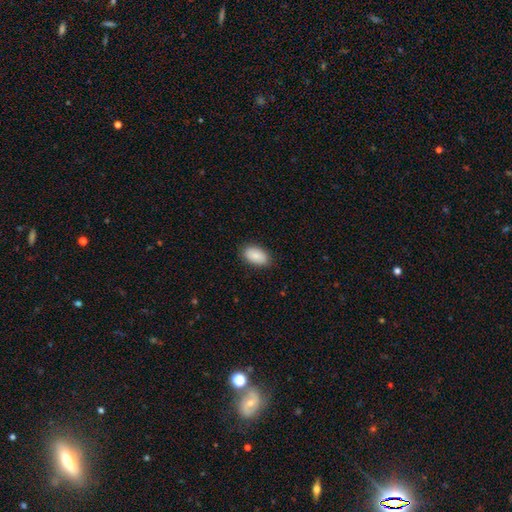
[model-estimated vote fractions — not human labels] smooth 85%, featured or disk 9%, star or artifact 6%. Down the decision tree: how rounded — in between (93%); merging — none (85%).